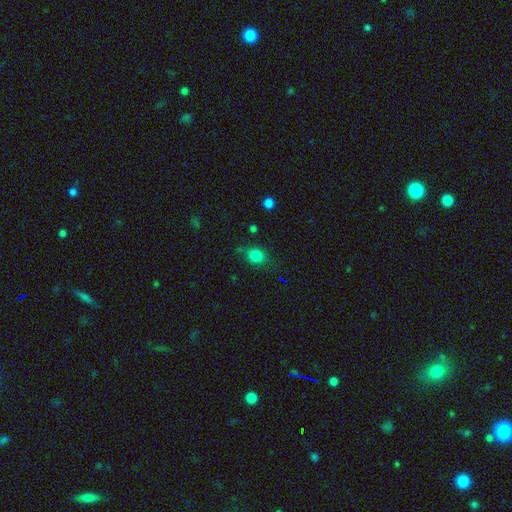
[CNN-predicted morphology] smooth 80%, star or artifact 12%, featured or disk 8%. Down the decision tree: how rounded — round (65%); merging — none (68%).